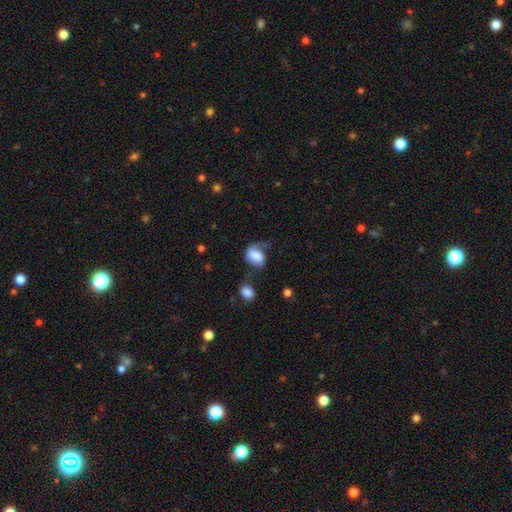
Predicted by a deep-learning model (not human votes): Smooth or featured? Predicted: smooth (p=0.59). How rounded? Predicted: in between (p=0.65). Merging? Predicted: major disturbance (p=0.33).